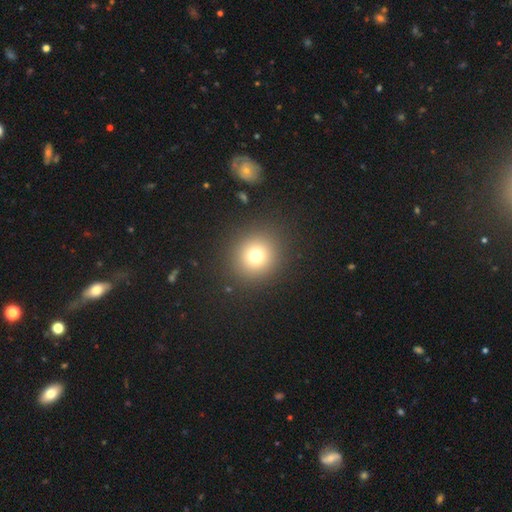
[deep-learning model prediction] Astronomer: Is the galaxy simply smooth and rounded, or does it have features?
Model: smooth — 74%.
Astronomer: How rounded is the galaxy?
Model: round — 89%.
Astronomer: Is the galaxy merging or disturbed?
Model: none — 90%.